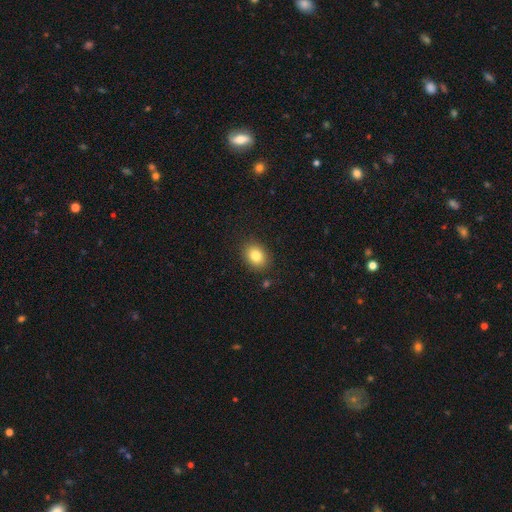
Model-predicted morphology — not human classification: Q: Smooth or featured?
A: smooth (82%); runner-up: star or artifact (9%)
Q: How rounded?
A: in between (59%); runner-up: round (40%)
Q: Merging?
A: none (87%); runner-up: minor disturbance (9%)